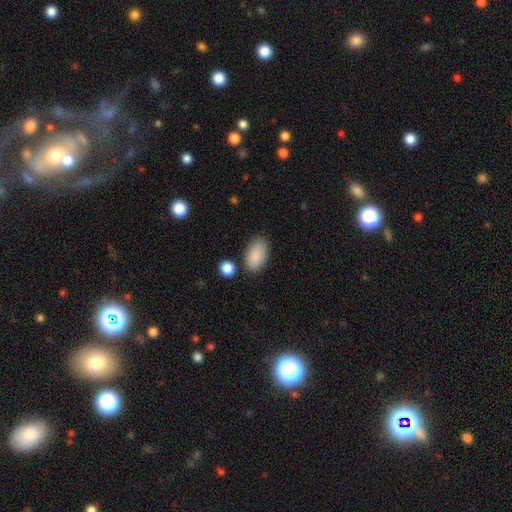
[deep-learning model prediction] This appears to be a smooth galaxy with no disk features (88%) that is in between round and cigar-shaped (94%). Merging: none (79%).